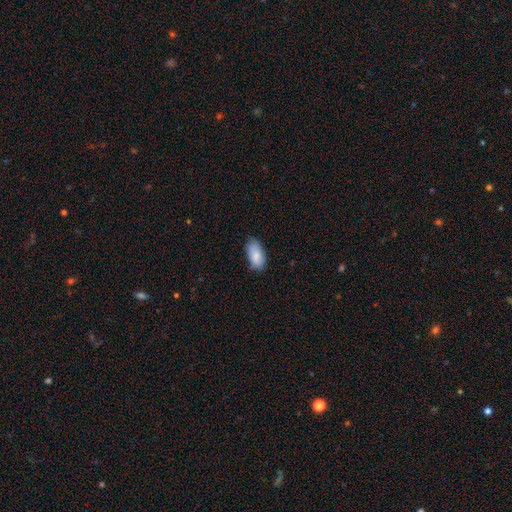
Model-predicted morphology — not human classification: This appears to be a smooth galaxy with no disk features (87%) that is in between round and cigar-shaped (94%). Merging: none (75%).